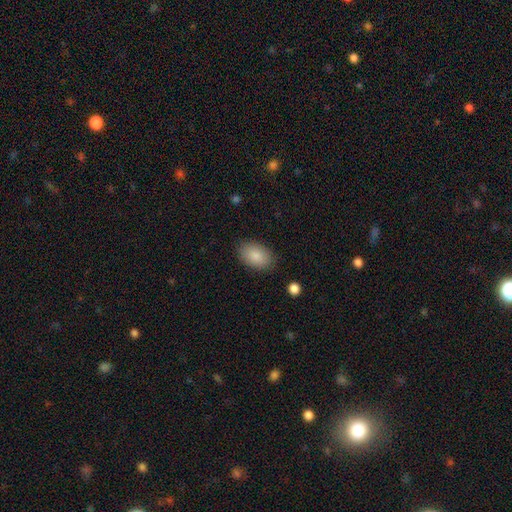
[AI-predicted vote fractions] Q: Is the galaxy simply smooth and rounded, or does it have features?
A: smooth — 87%.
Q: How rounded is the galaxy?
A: in between — 90%.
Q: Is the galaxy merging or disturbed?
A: none — 85%.